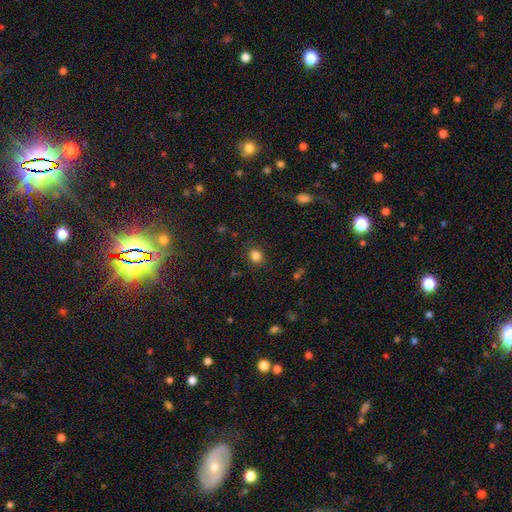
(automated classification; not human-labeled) smooth 83%, star or artifact 12%, featured or disk 5%. Down the decision tree: how rounded — round (72%); merging — none (88%).